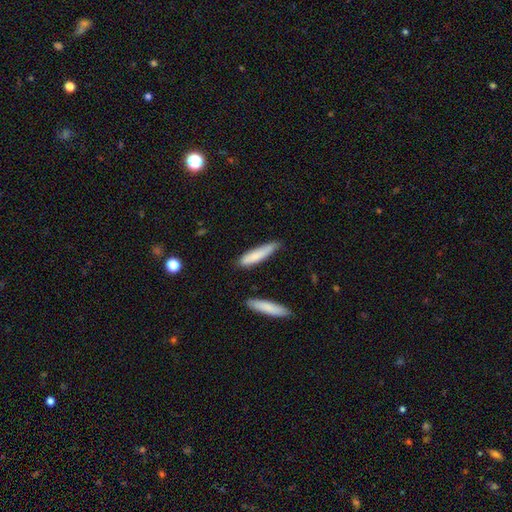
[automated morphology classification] type=smooth (79%); roundness=cigar-shaped (83%); merging=none (74%).